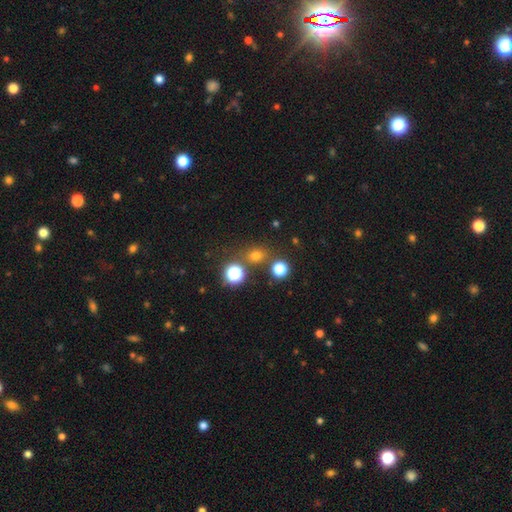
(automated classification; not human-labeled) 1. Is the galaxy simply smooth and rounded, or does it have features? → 65% smooth, 28% star or artifact, 7% featured or disk.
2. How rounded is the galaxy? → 76% round, 23% in between, 1% cigar-shaped.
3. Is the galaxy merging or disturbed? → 75% none, 12% merger, 9% minor disturbance, 4% major disturbance.